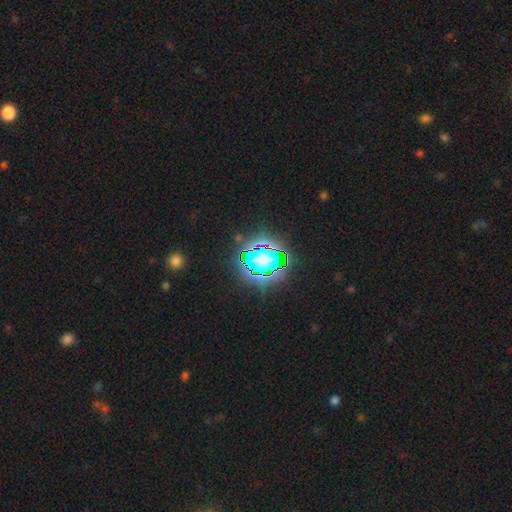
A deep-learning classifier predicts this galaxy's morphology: Smooth or featured?
  - star or artifact: 83% *
  - smooth: 12%
  - featured or disk: 6%